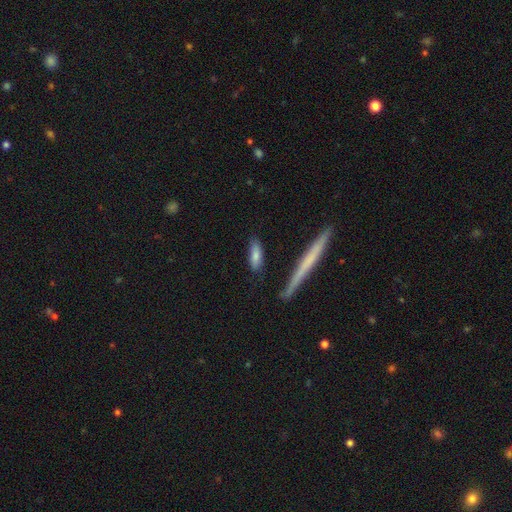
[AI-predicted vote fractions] smooth_or_featured: smooth (p=0.77) [alt: featured or disk p=0.16]
how_rounded: in between (p=0.52) [alt: cigar-shaped p=0.46]
merging: none (p=0.77) [alt: minor disturbance p=0.16]